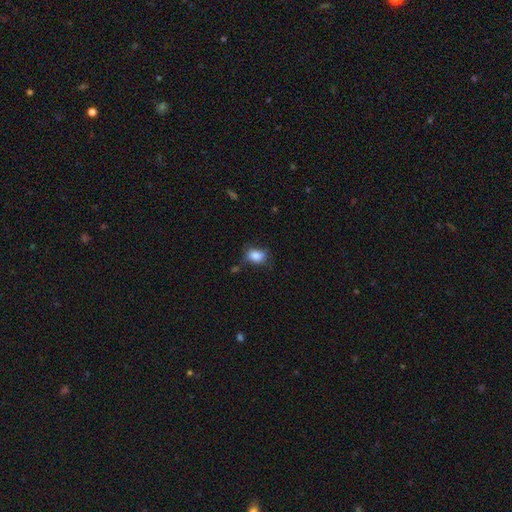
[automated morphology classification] smooth_or_featured: smooth (p=0.85) [alt: star or artifact p=0.09]
how_rounded: in between (p=0.75) [alt: round p=0.24]
merging: none (p=0.60) [alt: minor disturbance p=0.27]